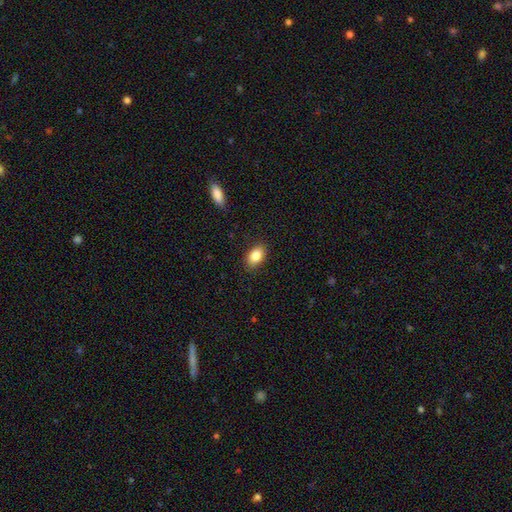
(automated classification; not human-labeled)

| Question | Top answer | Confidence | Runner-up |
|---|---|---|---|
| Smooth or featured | smooth | 86% | star or artifact (8%) |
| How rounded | in between | 87% | round (12%) |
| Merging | none | 87% | minor disturbance (10%) |